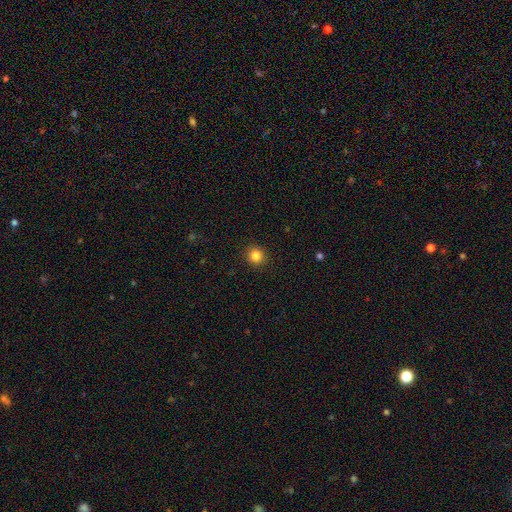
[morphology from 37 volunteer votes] smooth_or_featured: smooth (p=0.86) [alt: featured or disk p=0.08]
how_rounded: round (p=0.94) [alt: in between p=0.06]
merging: none (p=0.86) [alt: minor disturbance p=0.14]